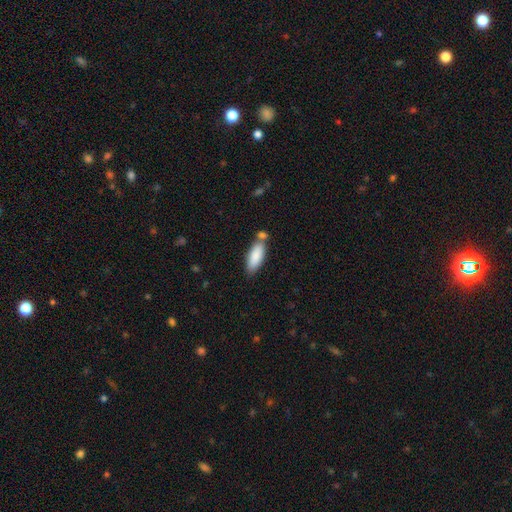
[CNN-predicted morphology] Q: Smooth or featured?
A: smooth (86%); runner-up: featured or disk (8%)
Q: How rounded?
A: in between (71%); runner-up: cigar-shaped (28%)
Q: Merging?
A: none (59%); runner-up: merger (21%)